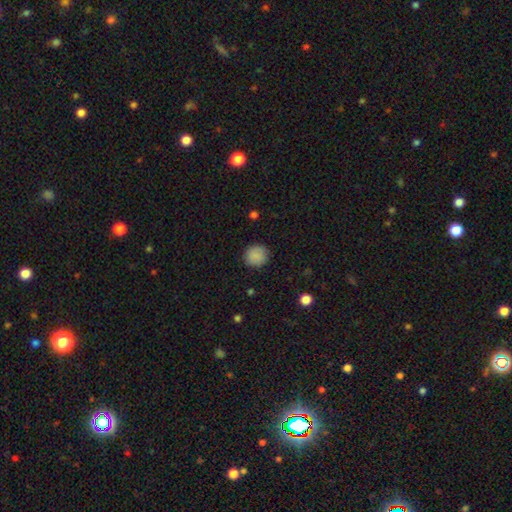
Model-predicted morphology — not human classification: Overall: smooth (87%). How rounded: round (90%). Merging: none (89%).